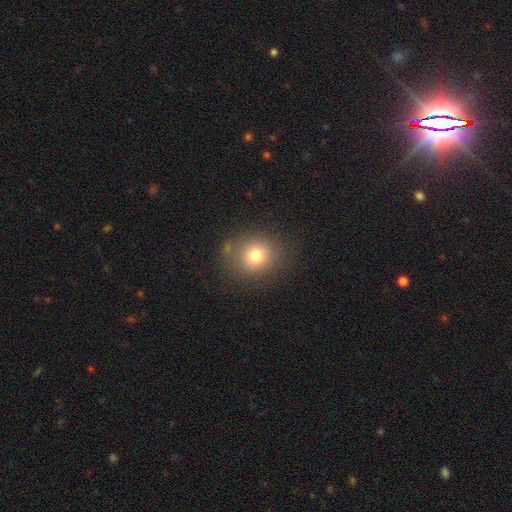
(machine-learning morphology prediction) Smooth or featured? Predicted: smooth (p=0.75). How rounded? Predicted: round (p=0.85). Merging? Predicted: none (p=0.82).